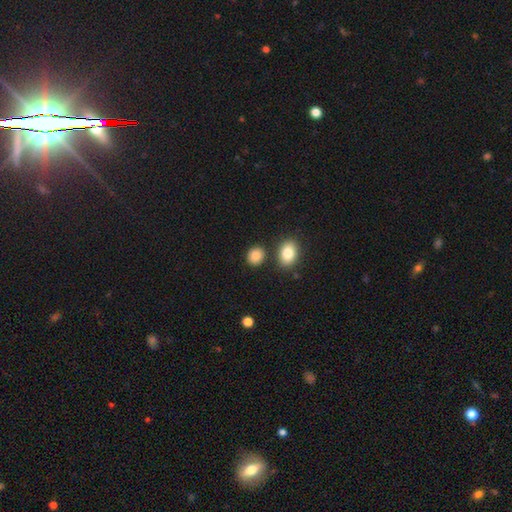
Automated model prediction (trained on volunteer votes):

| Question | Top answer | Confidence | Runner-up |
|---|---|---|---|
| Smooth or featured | smooth | 87% | star or artifact (9%) |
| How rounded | round | 60% | in between (39%) |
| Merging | none | 80% | minor disturbance (10%) |